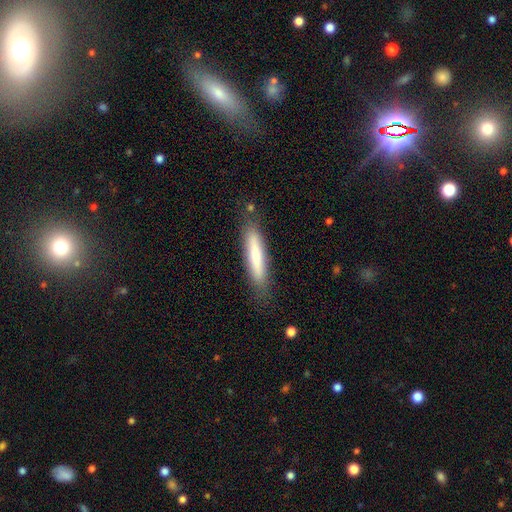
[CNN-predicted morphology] A smooth galaxy with no disk features (69%) that is cigar-shaped (86%). Merging: none (83%).